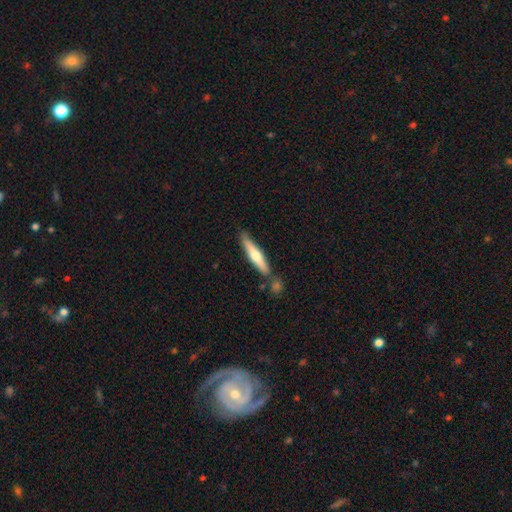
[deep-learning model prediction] The model was most divided on "smooth or featured": smooth: 49%, featured or disk: 46%, star or artifact: 5%. More confident: merging — none (73%).